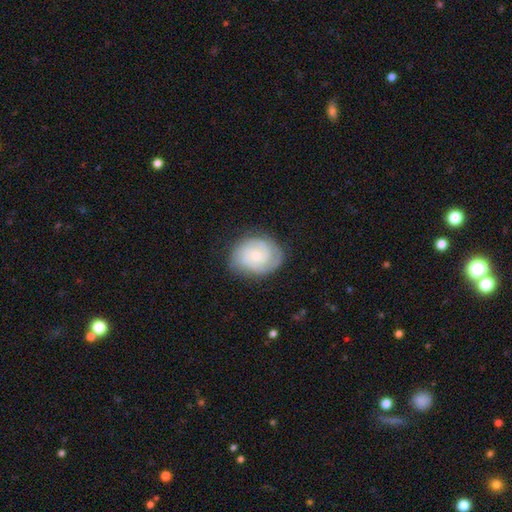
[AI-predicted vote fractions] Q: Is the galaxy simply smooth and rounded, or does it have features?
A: featured or disk — 65%.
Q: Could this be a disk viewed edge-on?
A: no — 98%.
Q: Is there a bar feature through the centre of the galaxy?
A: no — 74%.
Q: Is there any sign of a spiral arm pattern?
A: yes — 92%.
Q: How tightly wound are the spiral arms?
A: tight — 61%.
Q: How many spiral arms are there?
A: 2 — 32%.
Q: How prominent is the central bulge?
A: small — 67%.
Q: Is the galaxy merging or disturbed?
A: none — 76%.